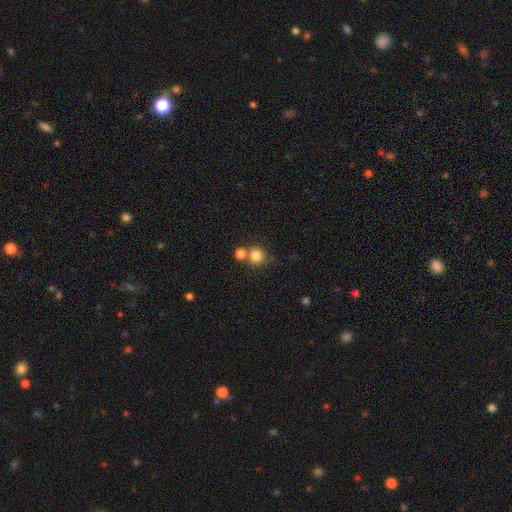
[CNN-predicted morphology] Smooth or featured?
  - smooth: 81% *
  - star or artifact: 12%
  - featured or disk: 7%
How rounded?
  - round: 92% *
  - in between: 7%
  - cigar-shaped: 1%
Merging?
  - none: 63% *
  - merger: 26%
  - minor disturbance: 8%
  - major disturbance: 3%